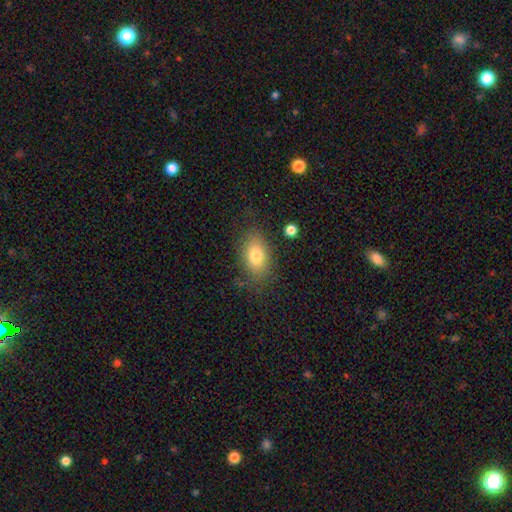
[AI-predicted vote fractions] Smooth or featured? smooth (77%)
How rounded? in between (87%)
Merging? none (78%)